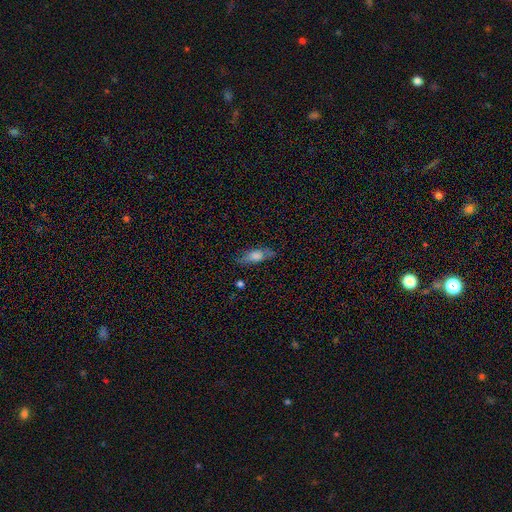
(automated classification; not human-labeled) smooth-or-featured: smooth: 60% | featured or disk: 31% | star or artifact: 10%
  how-rounded: in between: 58% | cigar-shaped: 38% | round: 4%
  merging: none: 74% | minor disturbance: 19% | major disturbance: 5% | merger: 2%